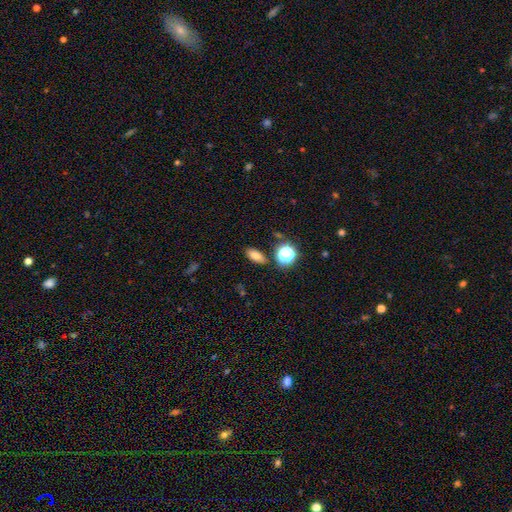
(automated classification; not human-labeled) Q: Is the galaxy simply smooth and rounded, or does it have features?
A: smooth — 78%.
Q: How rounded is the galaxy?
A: in between — 80%.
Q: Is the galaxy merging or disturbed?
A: none — 85%.